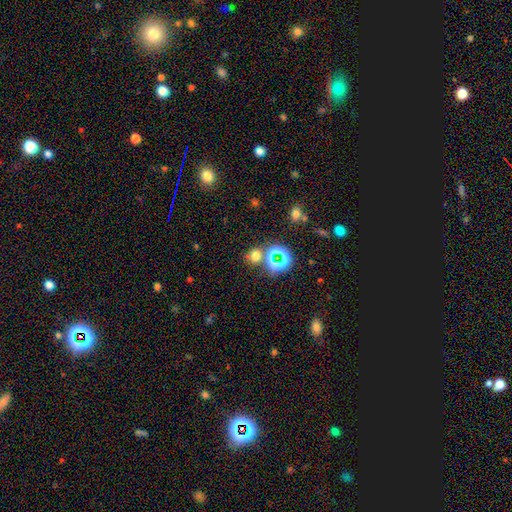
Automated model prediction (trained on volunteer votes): A smooth galaxy with no disk features (56%) that is round (72%).

Vote fractions:
- Smooth or featured? smooth: 56% / star or artifact: 37% / featured or disk: 7%
- How rounded? round: 72% / in between: 26% / cigar-shaped: 1%
- Merging? none: 69% / merger: 16% / minor disturbance: 10% / major disturbance: 5%